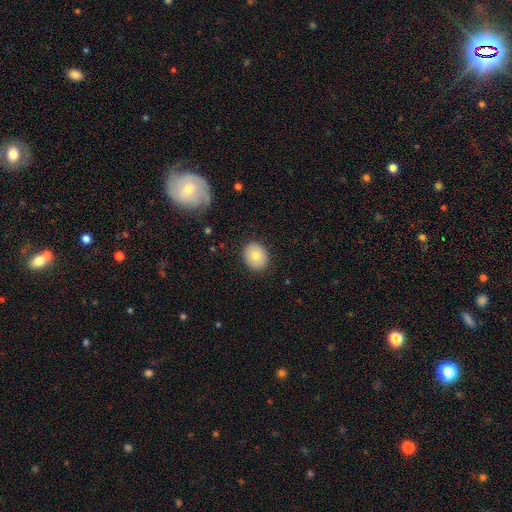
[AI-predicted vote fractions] smooth_or_featured: smooth (p=0.79) [alt: featured or disk p=0.13]
how_rounded: round (p=0.62) [alt: in between p=0.37]
merging: none (p=0.89) [alt: minor disturbance p=0.08]